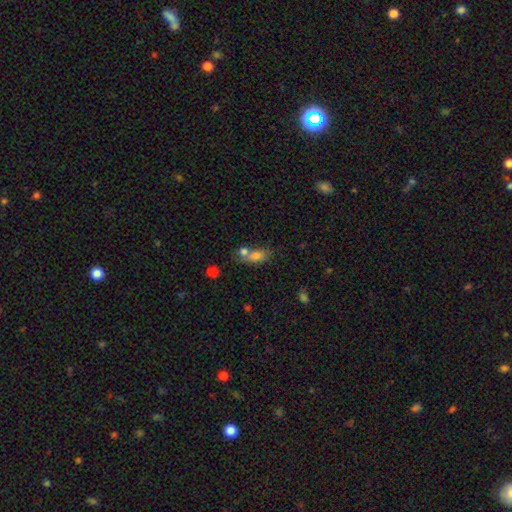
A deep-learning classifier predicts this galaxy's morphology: This appears to be a smooth galaxy with no disk features (75%) that is in between round and cigar-shaped (74%). Merging: merger (54%).